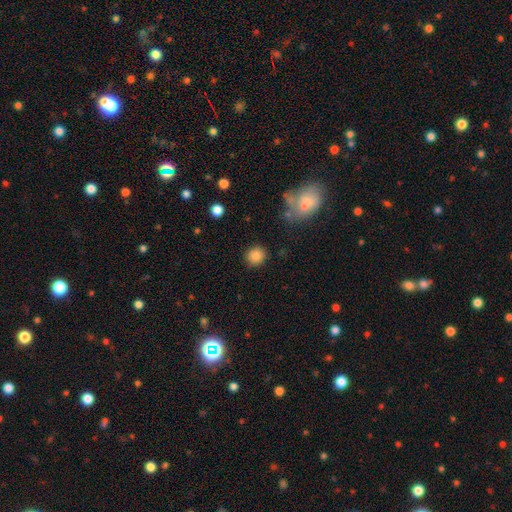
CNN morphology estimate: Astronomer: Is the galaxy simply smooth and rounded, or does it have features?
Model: smooth — 85%.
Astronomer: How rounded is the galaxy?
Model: round — 85%.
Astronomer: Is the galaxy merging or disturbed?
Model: none — 87%.